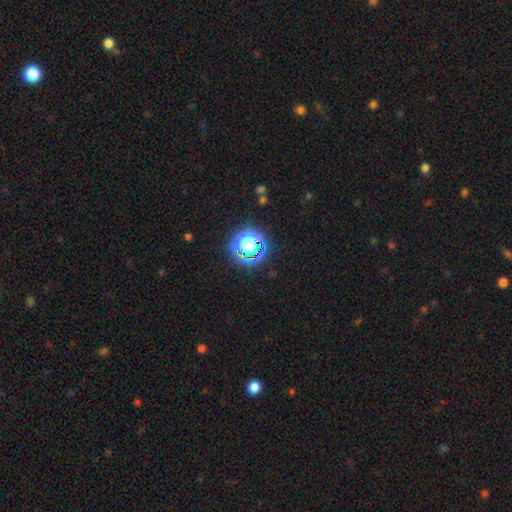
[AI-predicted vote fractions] A star or artifact, not a galaxy (79%).

Vote fractions:
- Smooth or featured? star or artifact: 79% / smooth: 14% / featured or disk: 6%